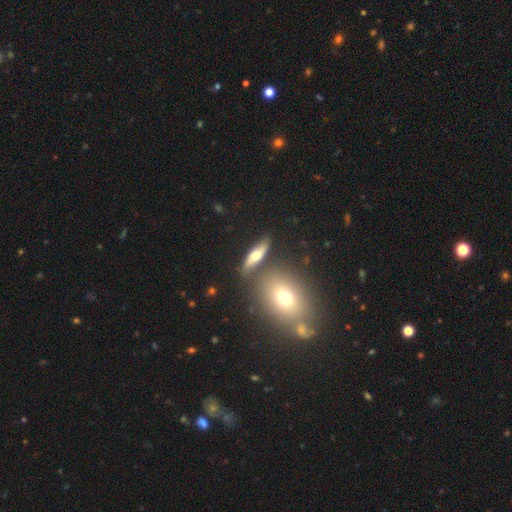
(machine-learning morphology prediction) The model was most divided on "smooth or featured": smooth: 51%, featured or disk: 40%, star or artifact: 9%. More confident: merging — none (71%); how rounded — cigar-shaped (54%).